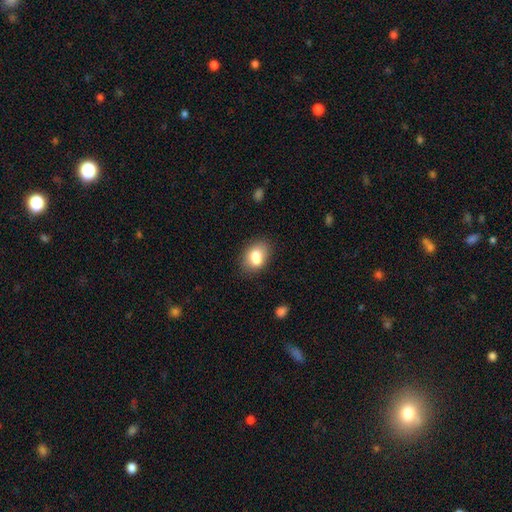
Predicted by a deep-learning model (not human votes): This is likely a smooth galaxy (76%). How rounded: likely in between (77%). Merging: likely none (61%).